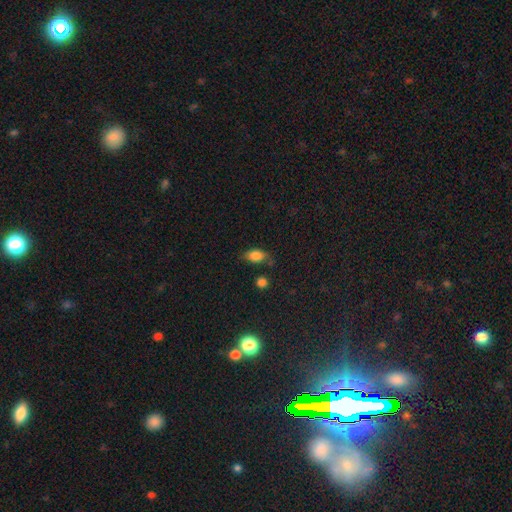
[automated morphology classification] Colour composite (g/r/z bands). It shows a smooth galaxy with no disk features (82%) that is in between round and cigar-shaped (85%). Merging: none (63%).